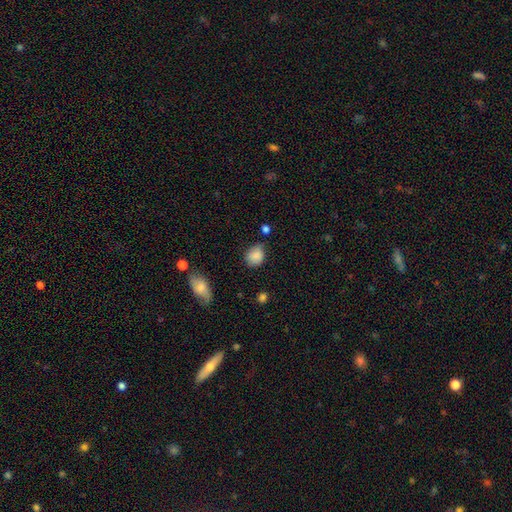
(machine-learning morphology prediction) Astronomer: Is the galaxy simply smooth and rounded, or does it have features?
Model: smooth — 85%.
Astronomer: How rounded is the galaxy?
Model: round — 50% (runner-up: in between, 49%).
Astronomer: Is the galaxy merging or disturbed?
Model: none — 62%.